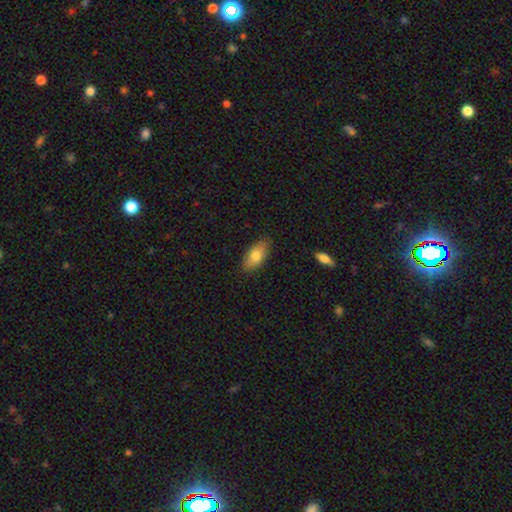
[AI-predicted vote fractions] Smooth or featured? smooth (75%)
How rounded? in between (87%)
Merging? none (84%)